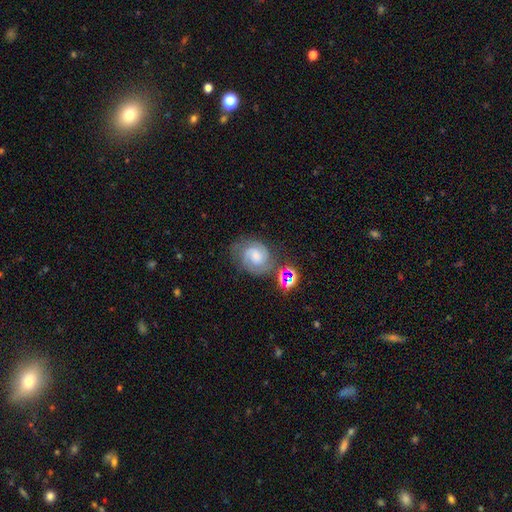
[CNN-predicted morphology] Smooth or featured: featured or disk — 69% (smooth — 20%)
Edge-on disk: no — 98% (yes — 2%)
Bar: no — 54% (weak — 39%)
Spiral arms: yes — 94% (no — 6%)
Spiral winding: tight — 49% (medium — 41%)
Spiral arm count: 2 — 75% (can't tell — 11%)
Bulge size: small — 39% (moderate — 34%)
Merging: none — 62% (minor disturbance — 20%)